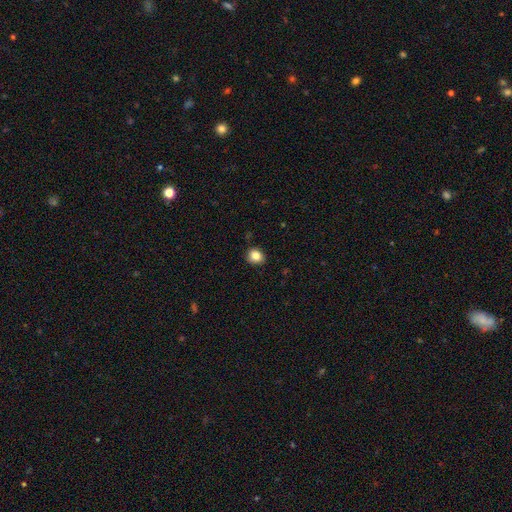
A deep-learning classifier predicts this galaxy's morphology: A smooth galaxy with no disk features (85%) that is round (68%).

Vote fractions:
- Smooth or featured? smooth: 85% / star or artifact: 10% / featured or disk: 6%
- How rounded? round: 68% / in between: 31% / cigar-shaped: 1%
- Merging? none: 88% / minor disturbance: 9% / major disturbance: 2% / merger: 1%